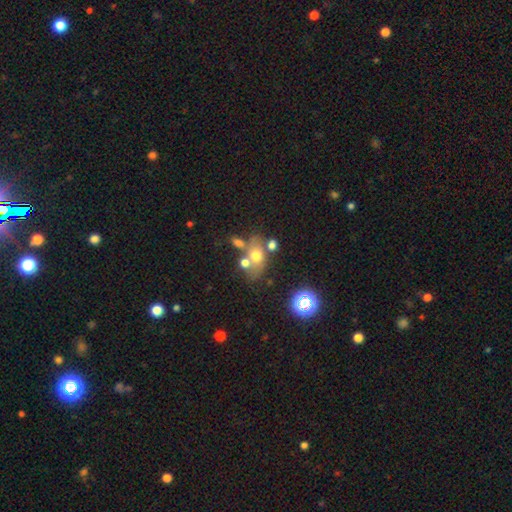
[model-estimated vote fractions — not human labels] smooth-or-featured: smooth: 57% | featured or disk: 27% | star or artifact: 16%
  how-rounded: in between: 65% | round: 32% | cigar-shaped: 3%
  merging: none: 45% | merger: 32% | minor disturbance: 15% | major disturbance: 8%